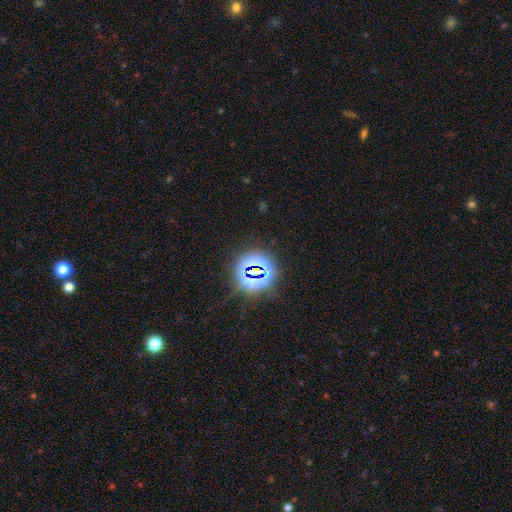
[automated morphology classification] A star or artifact, not a galaxy (77%).